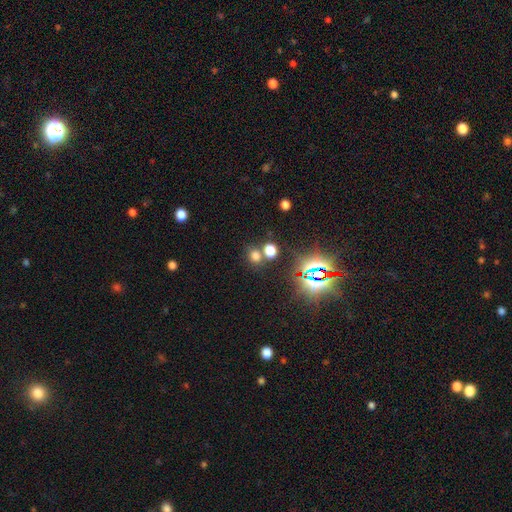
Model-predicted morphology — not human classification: The model was most divided on "merging": none: 59%, merger: 29%, minor disturbance: 8%, major disturbance: 4%. More confident: how rounded — round (69%); smooth or featured — smooth (63%).